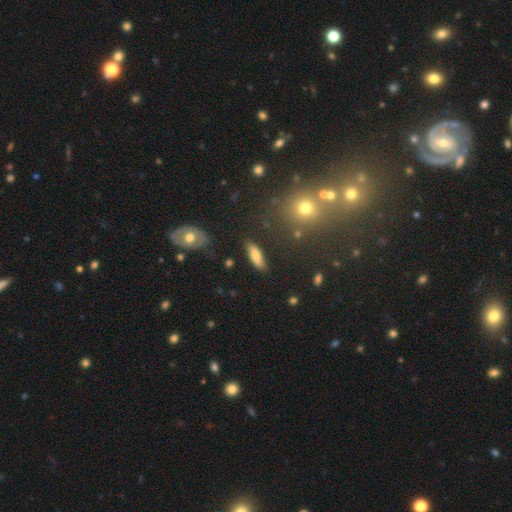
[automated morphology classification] A smooth galaxy with no disk features (72%) that is in between round and cigar-shaped (51%). Merging: none (86%).